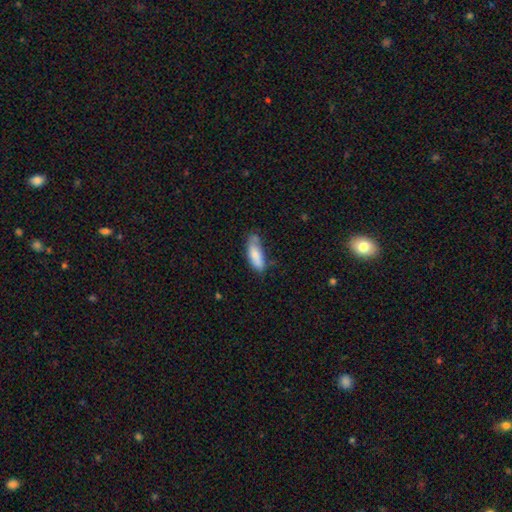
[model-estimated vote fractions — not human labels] smooth-or-featured: smooth: 81% | featured or disk: 13% | star or artifact: 7%
  how-rounded: in between: 68% | cigar-shaped: 31% | round: 2%
  merging: none: 54% | minor disturbance: 31% | major disturbance: 8% | merger: 6%